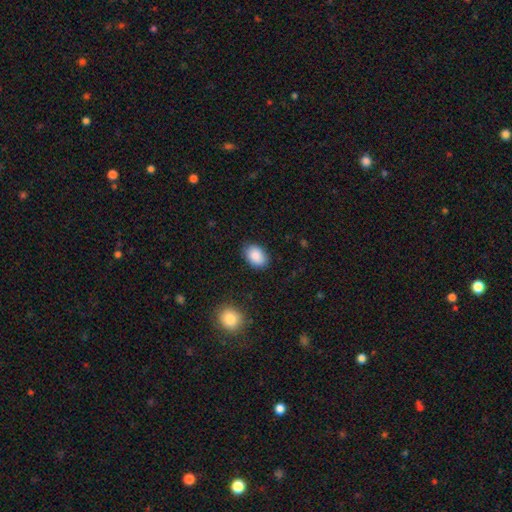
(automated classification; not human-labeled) Overall: smooth (88%). How rounded: in between (83%). Merging: none (86%).